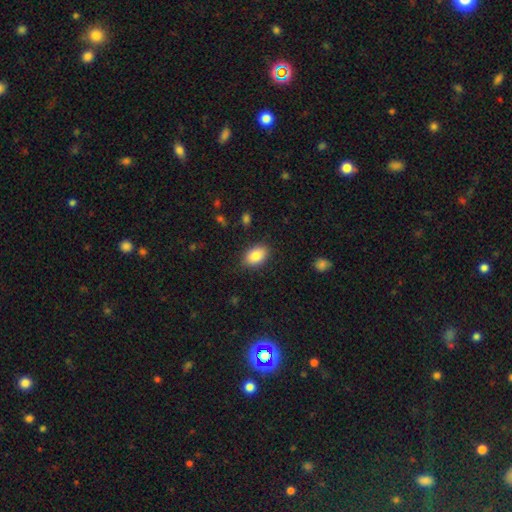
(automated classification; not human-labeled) Morphology: type=smooth (85%); roundness=in between (88%); merging=none (86%).